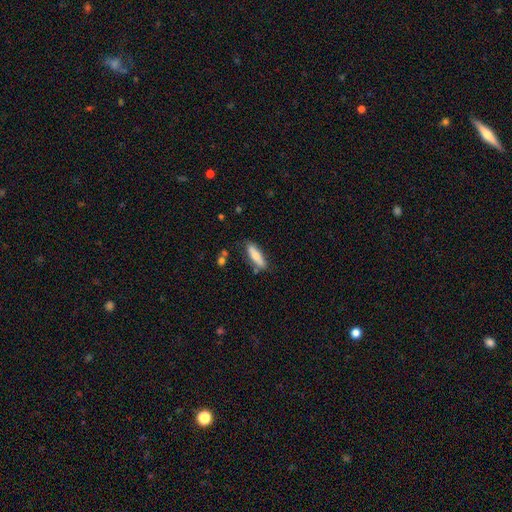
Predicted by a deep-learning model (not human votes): Smooth or featured?
  - smooth: 68% *
  - featured or disk: 25%
  - star or artifact: 7%
How rounded?
  - cigar-shaped: 52% *
  - in between: 46%
  - round: 2%
Merging?
  - none: 74% *
  - minor disturbance: 17%
  - merger: 5%
  - major disturbance: 4%